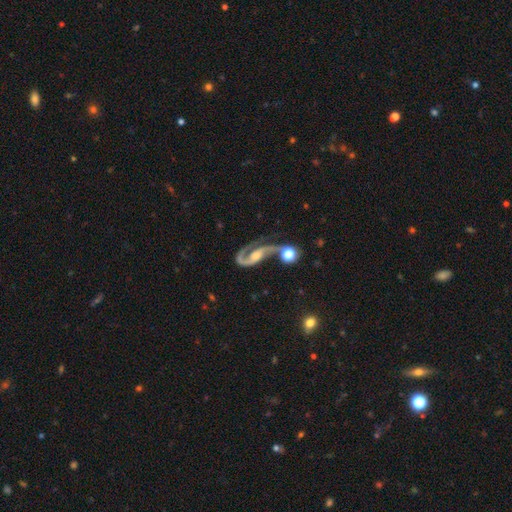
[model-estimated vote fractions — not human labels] Smooth or featured? Predicted: featured or disk (p=0.89). Edge-on disk? Predicted: no (p=0.96). Bar? Predicted: no (p=0.45). Spiral arms? Predicted: yes (p=0.97). Spiral winding? Predicted: medium (p=0.47). Spiral arm count? Predicted: 2 (p=0.82). Bulge size? Predicted: moderate (p=0.49). Merging? Predicted: none (p=0.45).